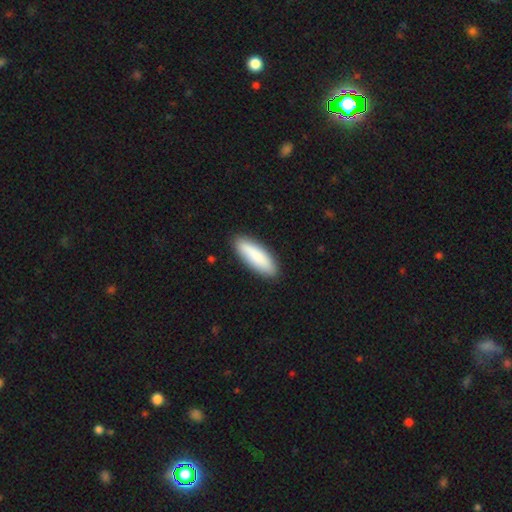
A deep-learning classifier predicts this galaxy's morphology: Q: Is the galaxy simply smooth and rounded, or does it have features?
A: smooth — 86%.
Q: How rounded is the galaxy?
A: cigar-shaped — 51%.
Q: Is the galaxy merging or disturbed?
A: none — 89%.